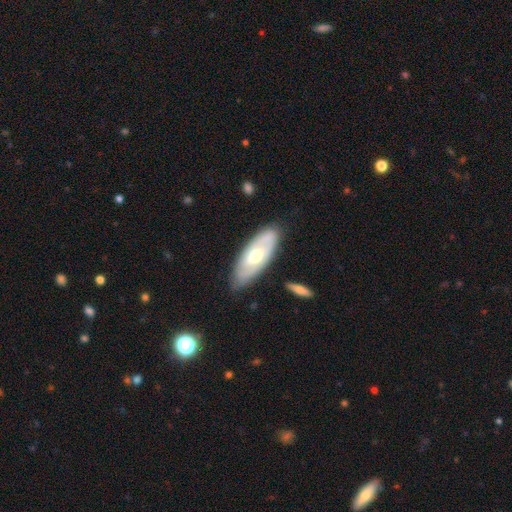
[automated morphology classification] type=featured or disk (57%); edge-on=no (81%); merging=none (80%).